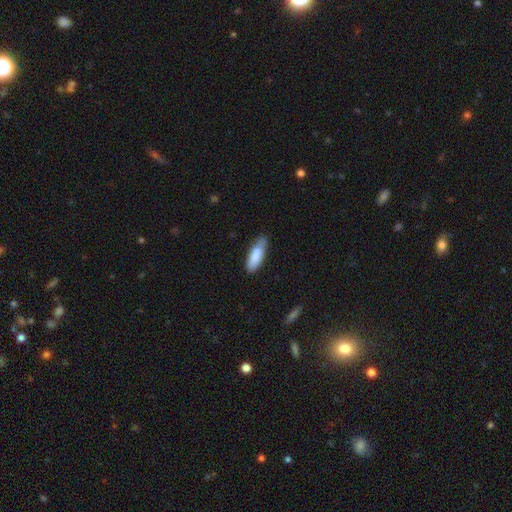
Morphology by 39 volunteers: smooth-or-featured: smooth: 92% | featured or disk: 5% | star or artifact: 3%
  how-rounded: cigar-shaped: 50% | in between: 47% | round: 3%
  merging: none: 68% | minor disturbance: 24% | major disturbance: 5% | merger: 3%